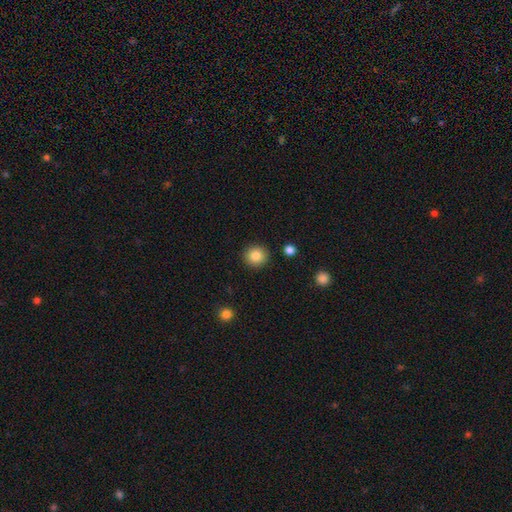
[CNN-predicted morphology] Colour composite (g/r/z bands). It shows a smooth galaxy with no disk features (84%) that is round (91%). Merging: none (91%).